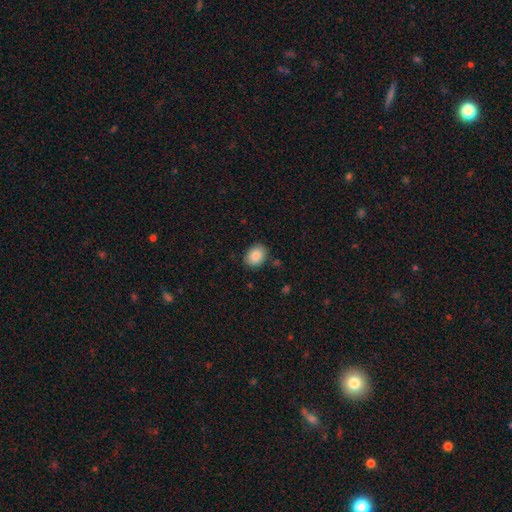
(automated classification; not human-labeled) smooth 87%, star or artifact 8%, featured or disk 6%. Down the decision tree: how rounded — in between (61%); merging — none (85%).